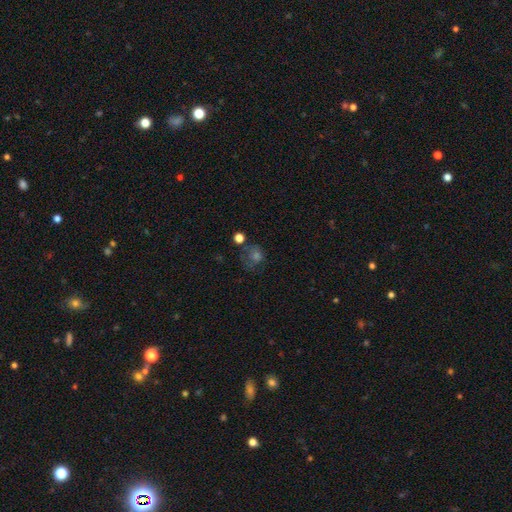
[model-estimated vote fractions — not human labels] smooth_or_featured: smooth (p=0.48) [alt: star or artifact p=0.29]
merging: none (p=0.51) [alt: minor disturbance p=0.20]